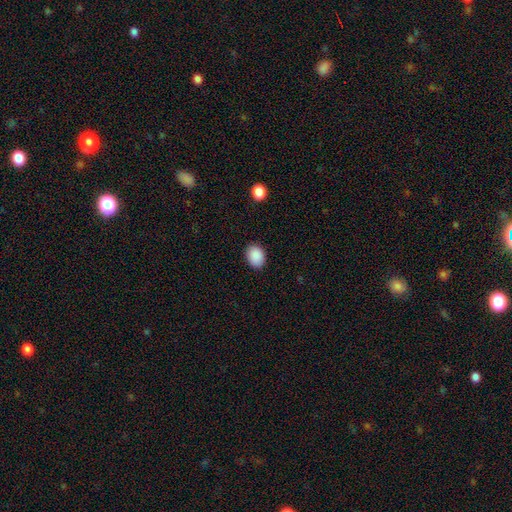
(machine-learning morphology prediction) smooth 90%, star or artifact 8%, featured or disk 3%. Down the decision tree: how rounded — in between (72%); merging — none (88%).